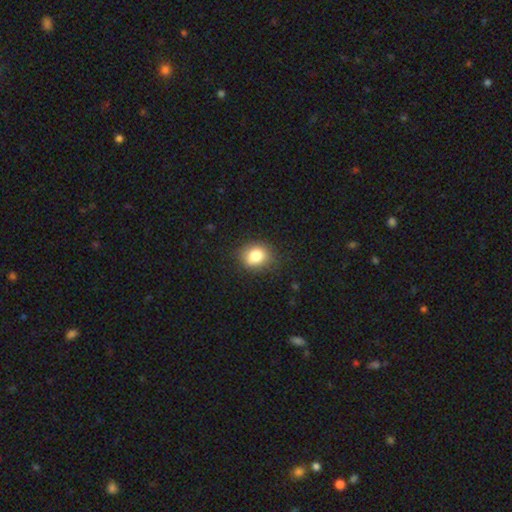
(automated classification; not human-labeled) smooth-or-featured: smooth: 81% | star or artifact: 10% | featured or disk: 8%
  how-rounded: round: 54% | in between: 45% | cigar-shaped: 1%
  merging: none: 79% | minor disturbance: 16% | major disturbance: 4% | merger: 1%